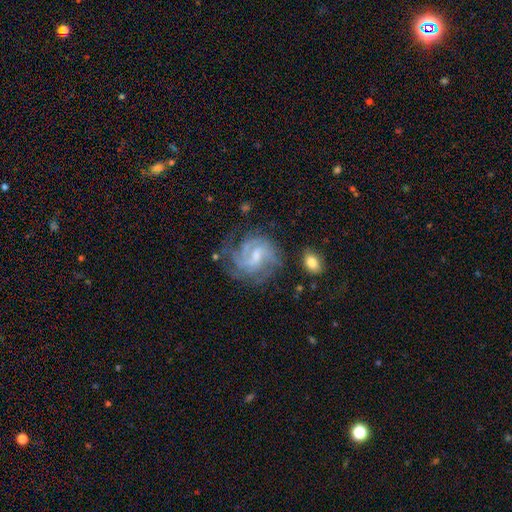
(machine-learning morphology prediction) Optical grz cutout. It shows a featured or disk galaxy (81%) with a weak bar (57%), tight (46%) spiral arms (93%) and a small central bulge (44%). Merging: none (60%).